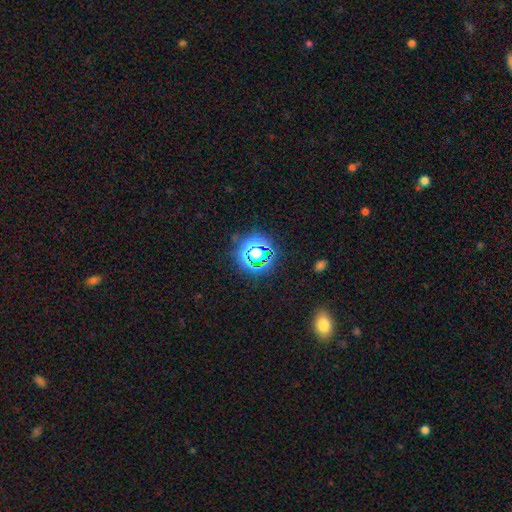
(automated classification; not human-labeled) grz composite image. It shows a star or artifact, not a galaxy (72%).